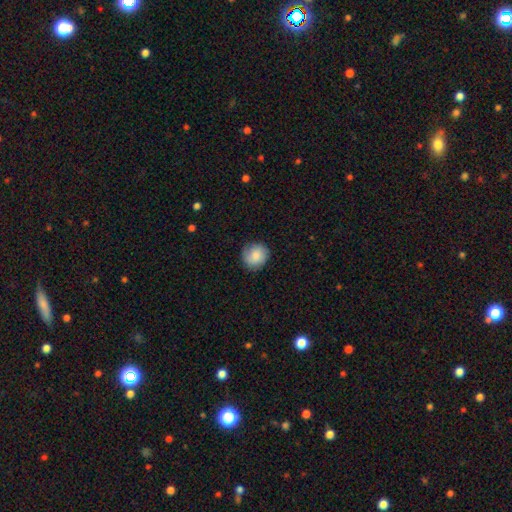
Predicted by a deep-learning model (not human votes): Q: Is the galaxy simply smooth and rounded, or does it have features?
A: smooth — 83%.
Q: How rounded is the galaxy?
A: round — 85%.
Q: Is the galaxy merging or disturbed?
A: none — 82%.